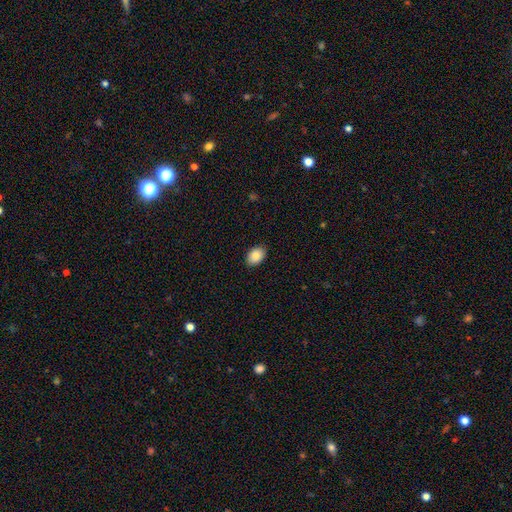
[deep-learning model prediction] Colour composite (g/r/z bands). It shows a smooth galaxy with no disk features (87%) that is in between round and cigar-shaped (85%). Merging: none (89%).